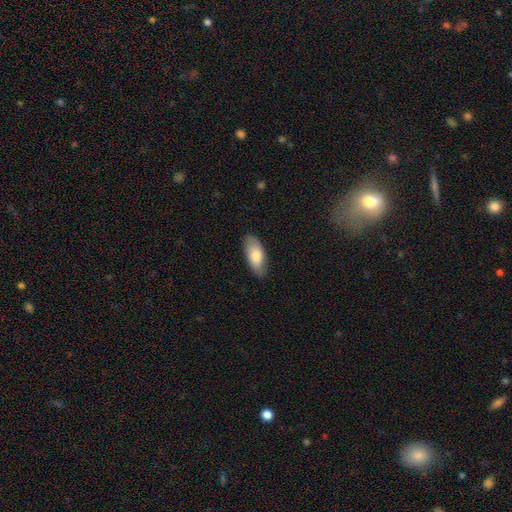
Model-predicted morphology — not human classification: A smooth galaxy with no disk features (80%) that is in between round and cigar-shaped (86%). Merging: none (81%).